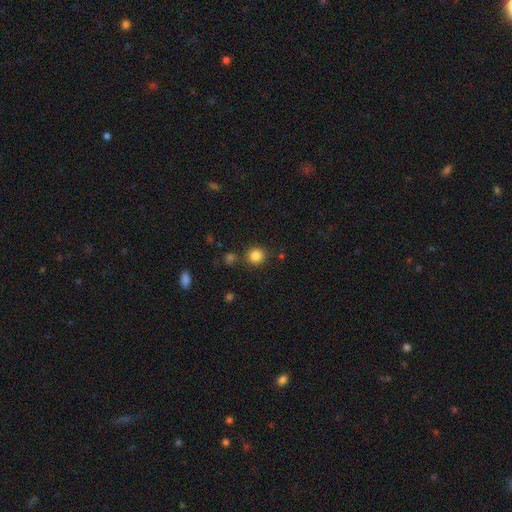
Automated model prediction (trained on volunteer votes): Smooth or featured: smooth — 84% (star or artifact — 11%)
How rounded: round — 90% (in between — 9%)
Merging: none — 84% (minor disturbance — 8%)